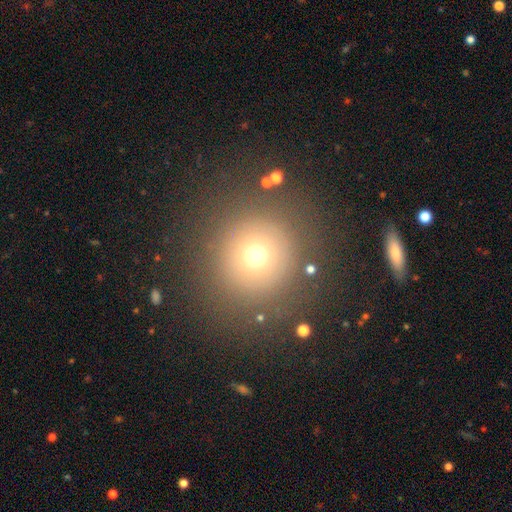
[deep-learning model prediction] Overall: smooth (67%). How rounded: round (94%). Merging: none (85%).